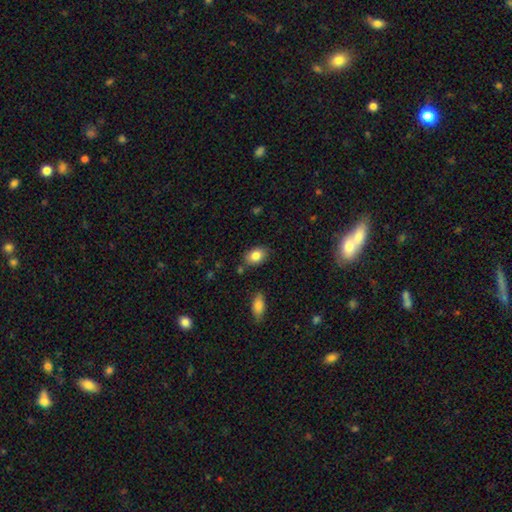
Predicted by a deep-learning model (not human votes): smooth 84%, featured or disk 9%, star or artifact 8%. Down the decision tree: how rounded — in between (81%); merging — none (81%).